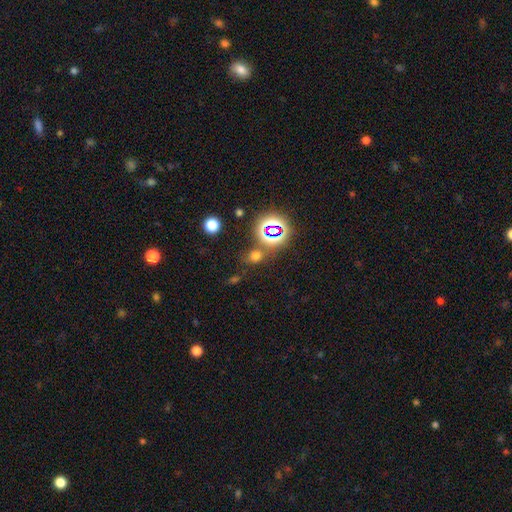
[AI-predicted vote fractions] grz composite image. It shows a smooth galaxy with no disk features (55%) that is round (61%). Merging: none (71%).